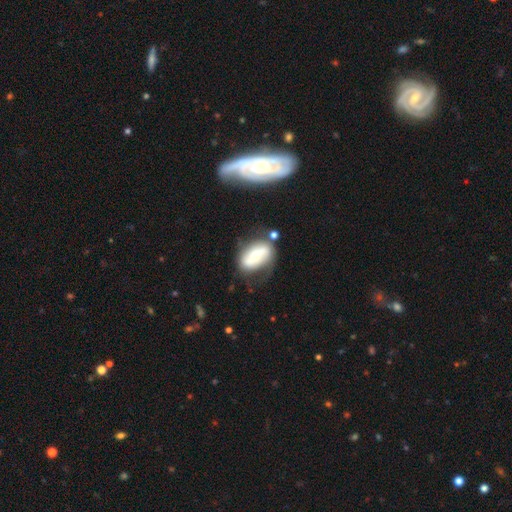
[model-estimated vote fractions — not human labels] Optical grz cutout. It shows a featured or disk galaxy (56%) with no bar (38%), spiral arms (61%) and a moderate central bulge (58%). Merging: none (59%).